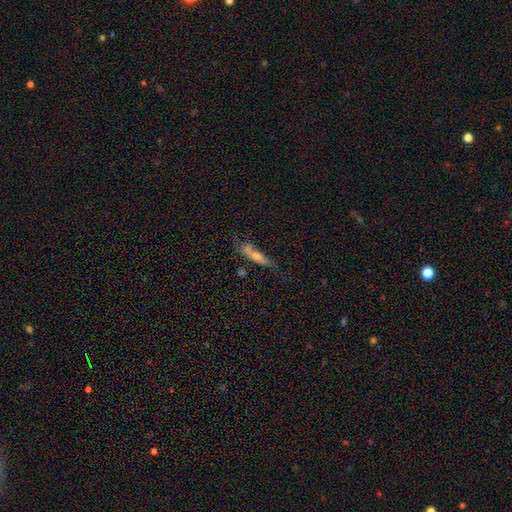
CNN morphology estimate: Smooth or featured? Predicted: smooth (p=0.58). How rounded? Predicted: cigar-shaped (p=0.70). Merging? Predicted: none (p=0.44).